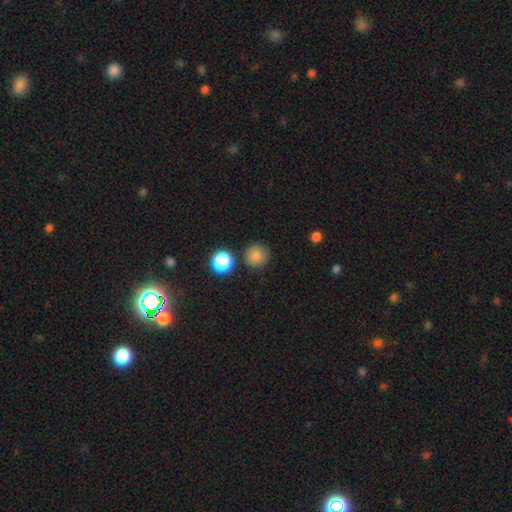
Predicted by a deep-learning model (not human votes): The model was most divided on "smooth or featured": smooth: 81%, star or artifact: 13%, featured or disk: 6%. More confident: how rounded — round (94%); merging — none (86%).